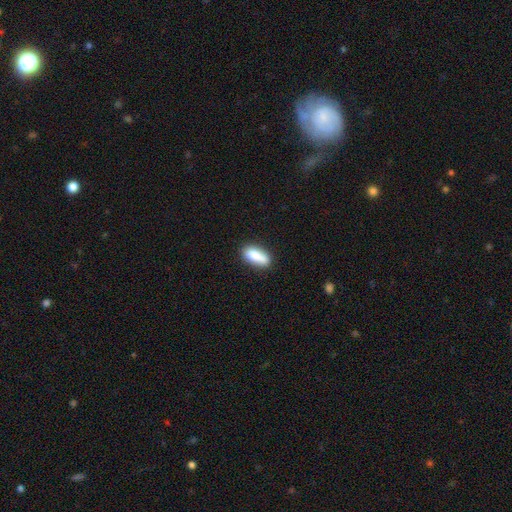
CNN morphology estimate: smooth 84%, featured or disk 9%, star or artifact 7%. Down the decision tree: how rounded — in between (76%); merging — none (71%).